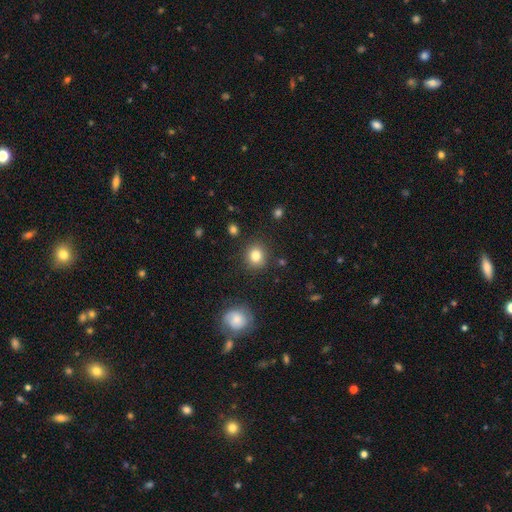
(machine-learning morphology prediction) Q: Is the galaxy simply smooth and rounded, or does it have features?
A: smooth — 83%.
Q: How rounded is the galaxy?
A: round — 79%.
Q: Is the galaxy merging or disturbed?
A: none — 88%.